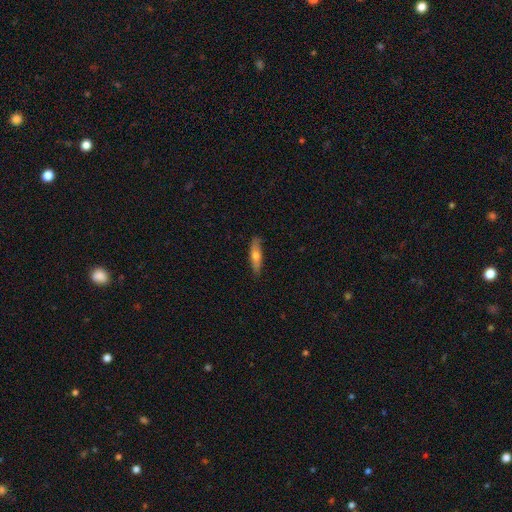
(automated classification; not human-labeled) Morphology: type=smooth (58%); roundness=cigar-shaped (70%); merging=none (83%).